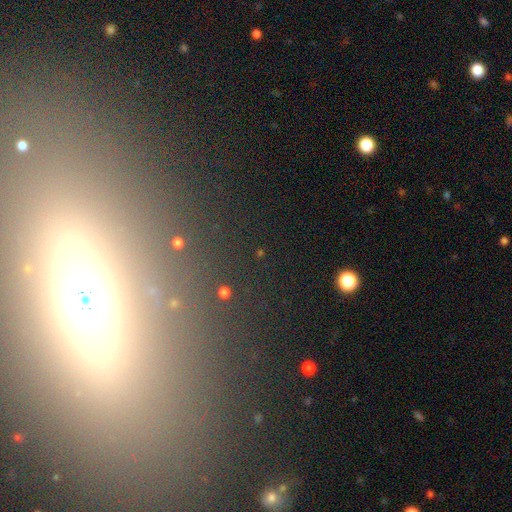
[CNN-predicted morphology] This appears to be a star or artifact, not a galaxy (53%).